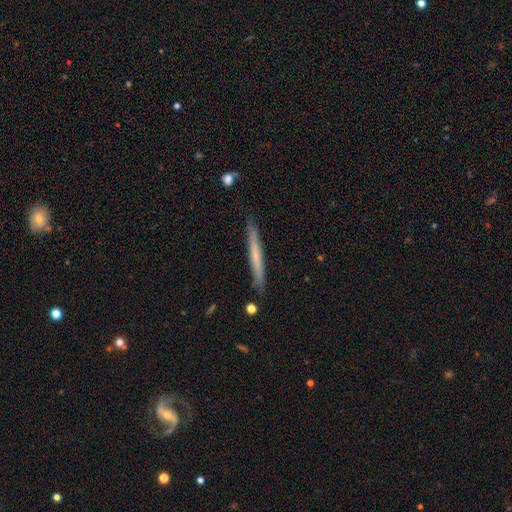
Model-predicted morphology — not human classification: smooth 56%, featured or disk 38%, star or artifact 6%. Down the decision tree: how rounded — cigar-shaped (97%); merging — none (89%).